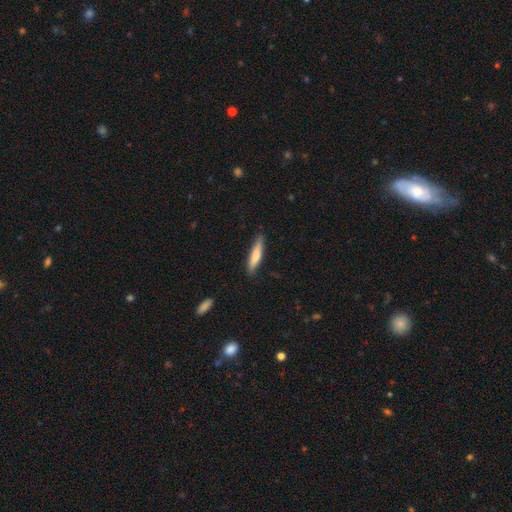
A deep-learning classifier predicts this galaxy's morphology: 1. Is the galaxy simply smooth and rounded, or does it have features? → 71% smooth, 23% featured or disk, 5% star or artifact.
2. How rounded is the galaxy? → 86% cigar-shaped, 13% in between, 1% round.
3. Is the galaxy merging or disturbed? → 84% none, 13% minor disturbance, 2% major disturbance, 1% merger.